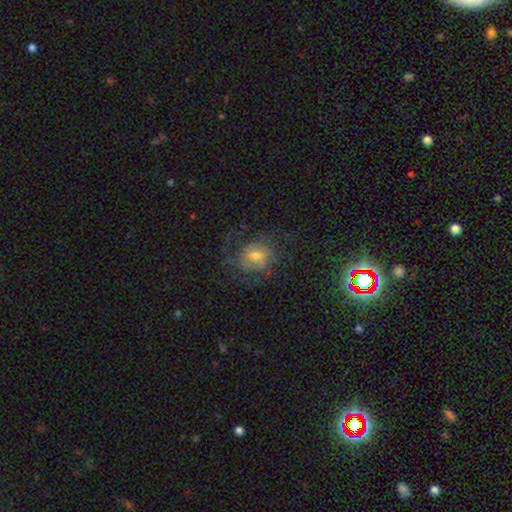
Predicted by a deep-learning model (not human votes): This is likely a featured or disk galaxy (67%). It is clearly not viewed edge-on (97%). Bar: possibly weak (50%). Spiral arm pattern: clearly yes (85%). Spiral arm count: marginally can't tell (36%). Spiral winding: marginally medium (43%). Central bulge: possibly moderate (52%). Merging: possibly none (59%).